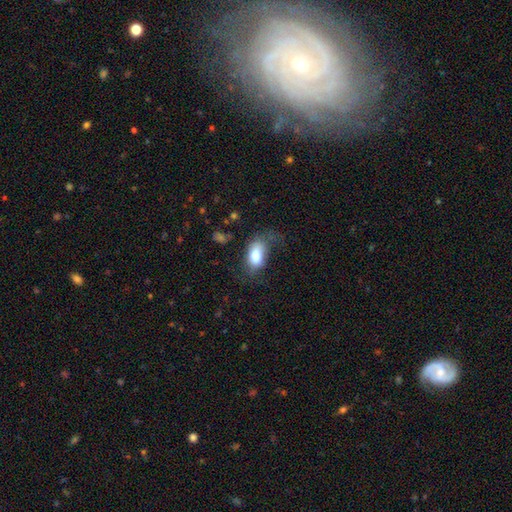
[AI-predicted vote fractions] Q: Smooth or featured?
A: smooth (76%); runner-up: featured or disk (16%)
Q: How rounded?
A: in between (90%); runner-up: round (8%)
Q: Merging?
A: none (44%); runner-up: minor disturbance (28%)